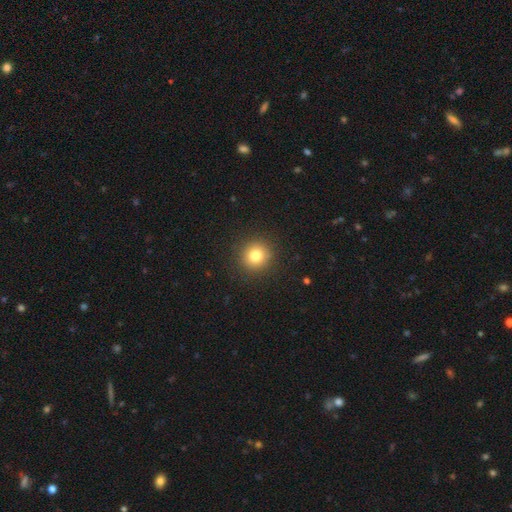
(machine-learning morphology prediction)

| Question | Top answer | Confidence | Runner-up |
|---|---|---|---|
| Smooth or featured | smooth | 81% | star or artifact (12%) |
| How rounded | round | 92% | in between (7%) |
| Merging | none | 91% | minor disturbance (6%) |